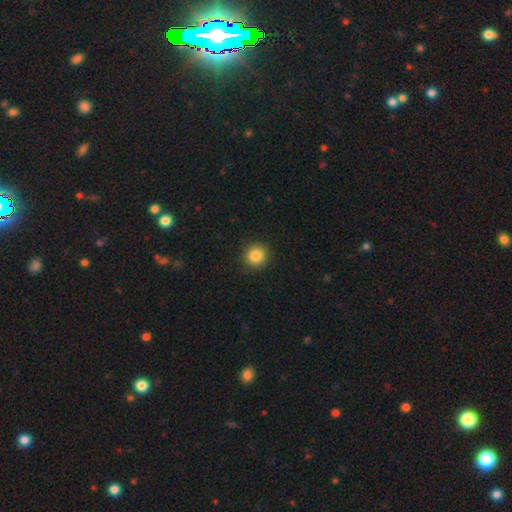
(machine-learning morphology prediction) A smooth galaxy with no disk features (85%) that is round (94%). Merging: none (92%).